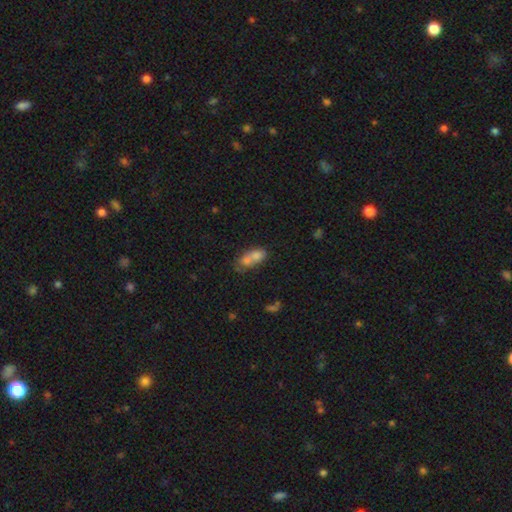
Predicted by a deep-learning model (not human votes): Smooth or featured?
  - smooth: 70% *
  - featured or disk: 19%
  - star or artifact: 10%
How rounded?
  - in between: 72% *
  - round: 21%
  - cigar-shaped: 7%
Merging?
  - merger: 61% *
  - none: 23%
  - minor disturbance: 10%
  - major disturbance: 6%